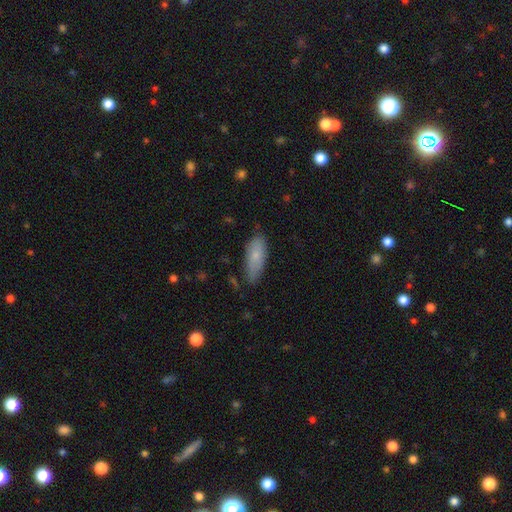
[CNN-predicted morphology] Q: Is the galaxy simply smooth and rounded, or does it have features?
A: smooth — 75%.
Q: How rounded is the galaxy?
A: in between — 73%.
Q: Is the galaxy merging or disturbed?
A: none — 70%.